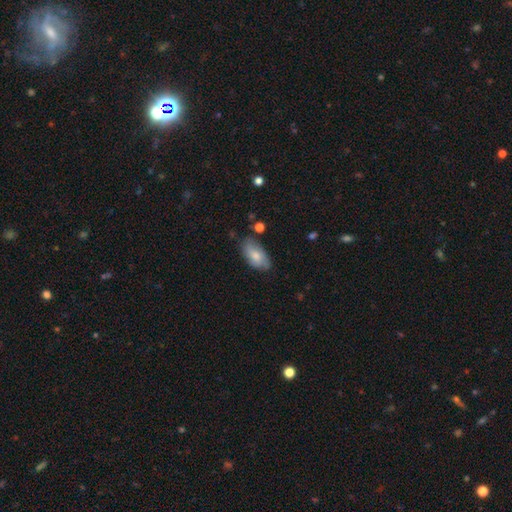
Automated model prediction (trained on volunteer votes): Morphology: type=smooth (69%); roundness=in between (92%); merging=none (70%).